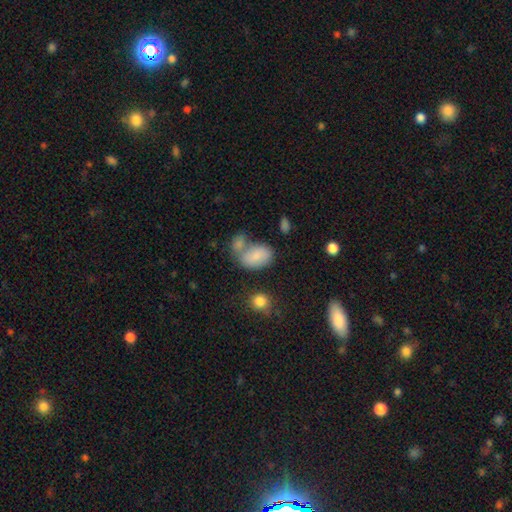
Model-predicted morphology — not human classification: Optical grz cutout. It shows a smooth galaxy with no disk features (80%) that is in between round and cigar-shaped (87%). Merging: merger (39%).